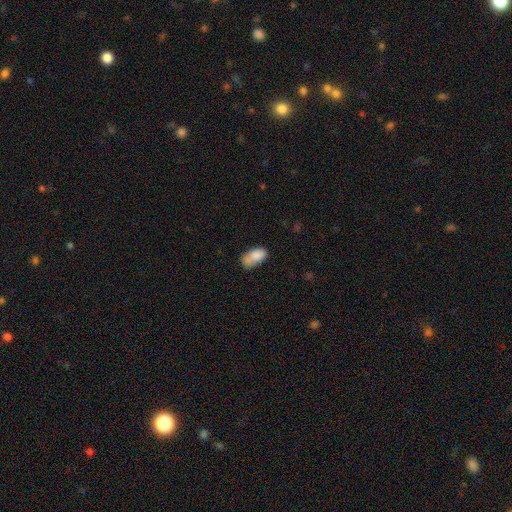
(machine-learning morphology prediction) Smooth or featured? smooth (82%)
How rounded? in between (92%)
Merging? none (40%)